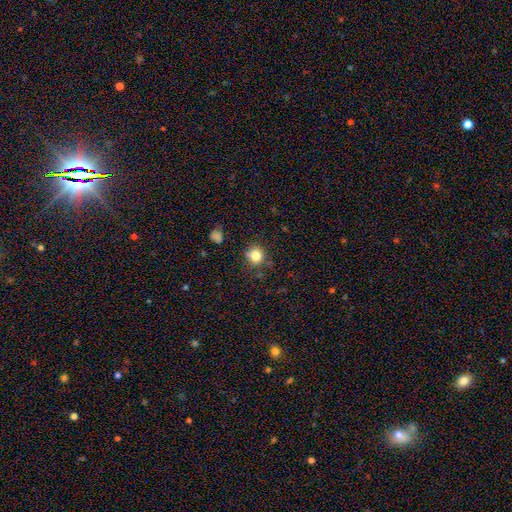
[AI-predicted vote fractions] smooth_or_featured: smooth (p=0.81) [alt: star or artifact p=0.13]
how_rounded: round (p=0.88) [alt: in between p=0.11]
merging: none (p=0.80) [alt: minor disturbance p=0.12]